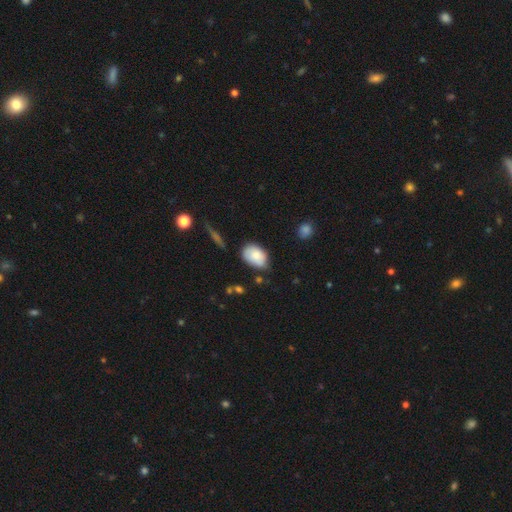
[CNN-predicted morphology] type=smooth (80%); roundness=in between (85%); merging=none (59%).